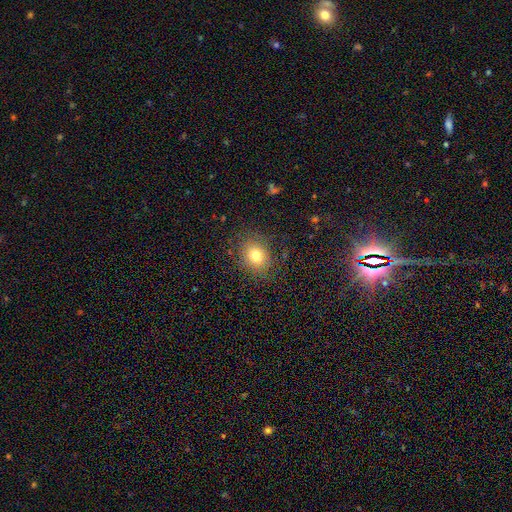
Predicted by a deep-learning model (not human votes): Smooth or featured? Predicted: smooth (p=0.77). How rounded? Predicted: round (p=0.57). Merging? Predicted: none (p=0.80).